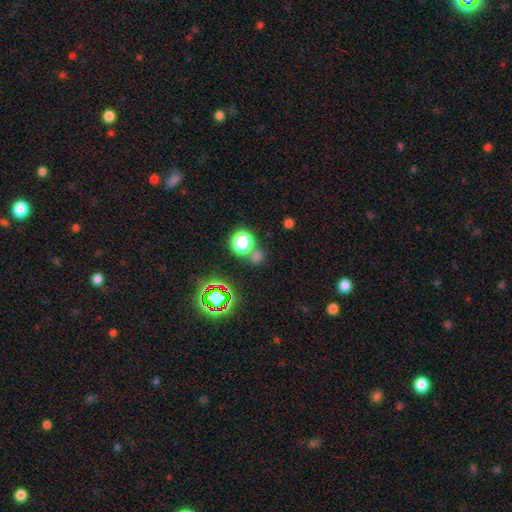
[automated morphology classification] smooth 52%, star or artifact 41%, featured or disk 7%. Down the decision tree: how rounded — round (84%); merging — none (68%).